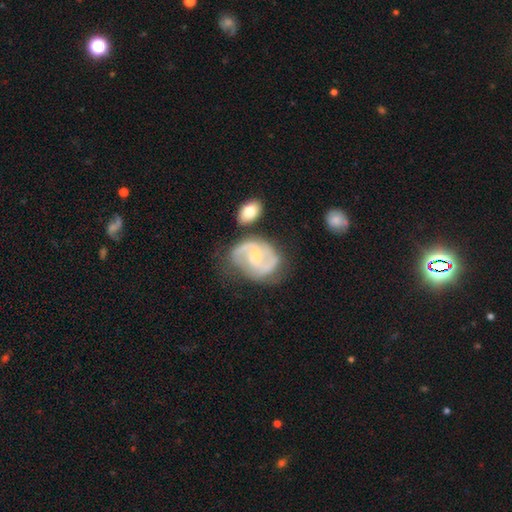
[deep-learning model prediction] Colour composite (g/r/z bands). It shows a featured or disk galaxy (80%) with no bar (54%), 2 (73%) medium (49%) spiral arms (90%) and a small central bulge (54%). Merging: none (56%).